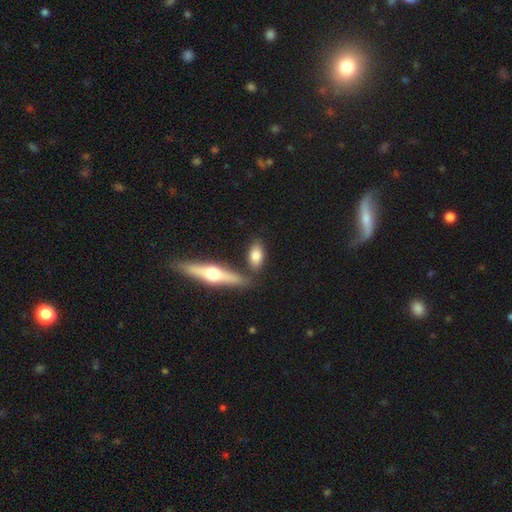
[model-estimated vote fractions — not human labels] Smooth or featured? smooth (74%)
How rounded? in between (80%)
Merging? none (72%)